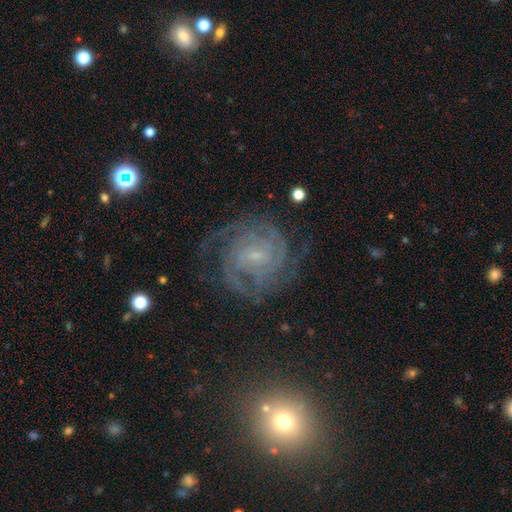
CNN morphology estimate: Smooth or featured? Predicted: featured or disk (p=0.86). Edge-on disk? Predicted: no (p=0.98). Bar? Predicted: no (p=0.47). Spiral arms? Predicted: yes (p=0.98). Spiral winding? Predicted: tight (p=0.72). Spiral arm count? Predicted: can't tell (p=0.23, tied with 3). Bulge size? Predicted: small (p=0.78). Merging? Predicted: none (p=0.77).